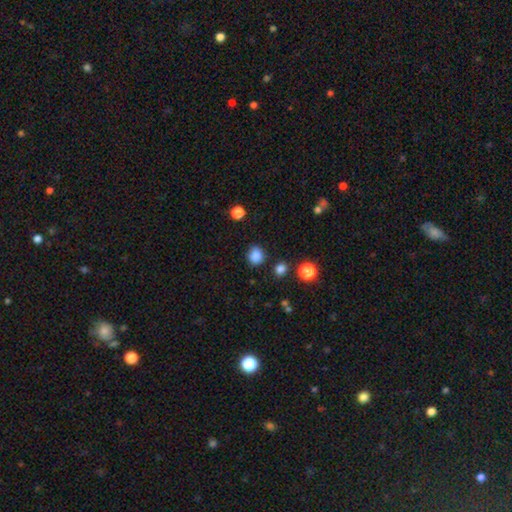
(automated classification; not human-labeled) A smooth galaxy with no disk features (86%) that is round (79%).

Vote fractions:
- Smooth or featured? smooth: 86% / star or artifact: 11% / featured or disk: 3%
- How rounded? round: 79% / in between: 20% / cigar-shaped: 1%
- Merging? none: 84% / minor disturbance: 10% / merger: 3% / major disturbance: 3%